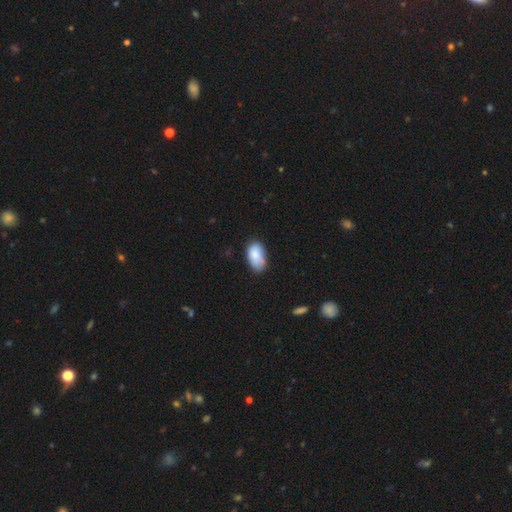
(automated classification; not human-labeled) Smooth or featured: smooth — 85% (featured or disk — 8%)
How rounded: in between — 94% (round — 4%)
Merging: none — 64% (minor disturbance — 27%)